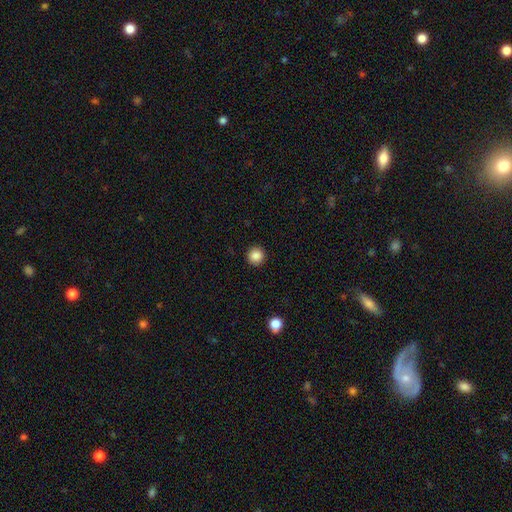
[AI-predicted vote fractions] Overall: smooth (87%). How rounded: round (95%). Merging: none (93%).